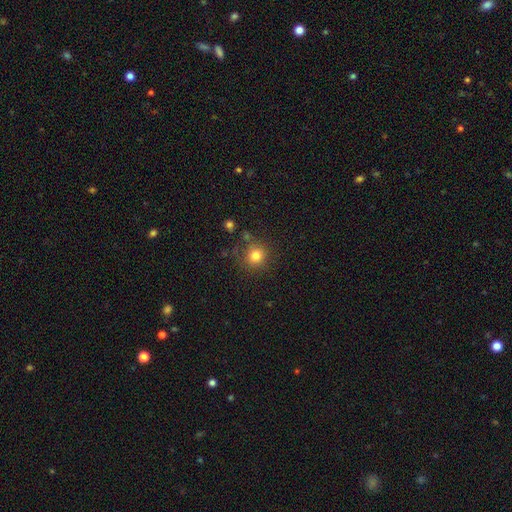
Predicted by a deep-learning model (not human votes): The model was most divided on "merging": none: 77%, minor disturbance: 12%, merger: 6%, major disturbance: 5%. More confident: how rounded — round (90%); smooth or featured — smooth (80%).